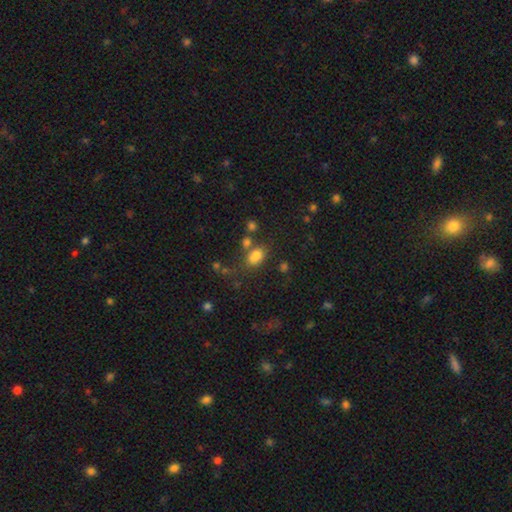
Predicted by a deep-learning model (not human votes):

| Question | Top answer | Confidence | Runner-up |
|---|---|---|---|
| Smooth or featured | smooth | 77% | star or artifact (14%) |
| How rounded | in between | 79% | round (19%) |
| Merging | none | 57% | merger (18%) |